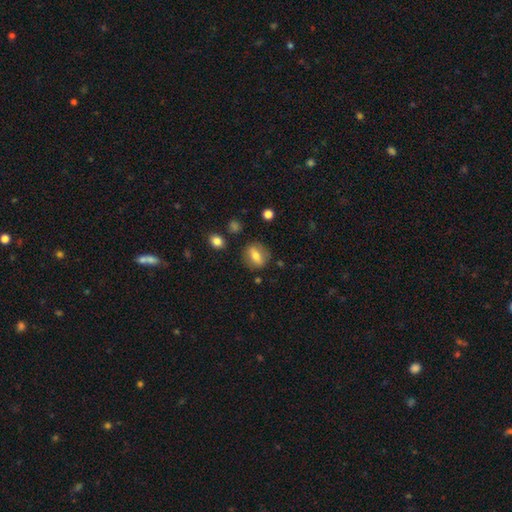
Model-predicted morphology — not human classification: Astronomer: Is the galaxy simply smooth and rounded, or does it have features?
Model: smooth — 65%.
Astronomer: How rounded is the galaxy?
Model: round — 48%, tied with in between at 48%.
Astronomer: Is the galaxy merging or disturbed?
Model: none — 80%.